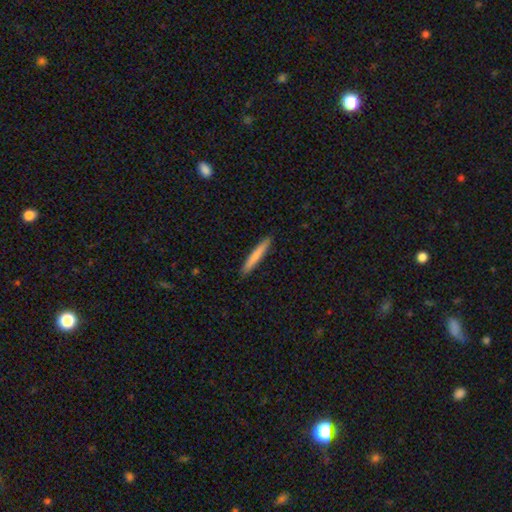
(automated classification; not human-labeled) The model was most divided on "smooth or featured": smooth: 77%, featured or disk: 18%, star or artifact: 5%. More confident: how rounded — cigar-shaped (96%); merging — none (92%).